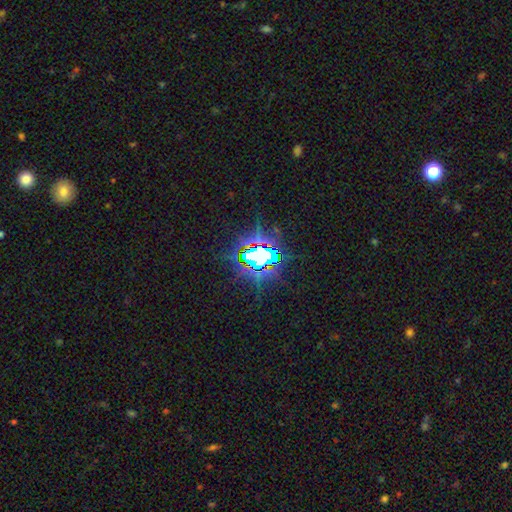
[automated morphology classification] Smooth or featured?
  - star or artifact: 74% *
  - featured or disk: 13%
  - smooth: 13%